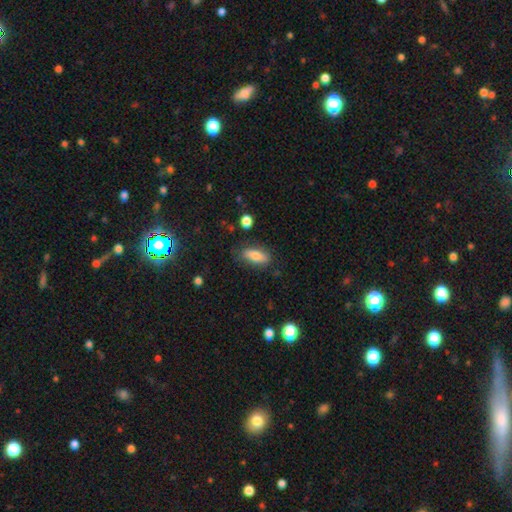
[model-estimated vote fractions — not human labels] Overall: smooth (77%). How rounded: in between (75%). Merging: none (78%).